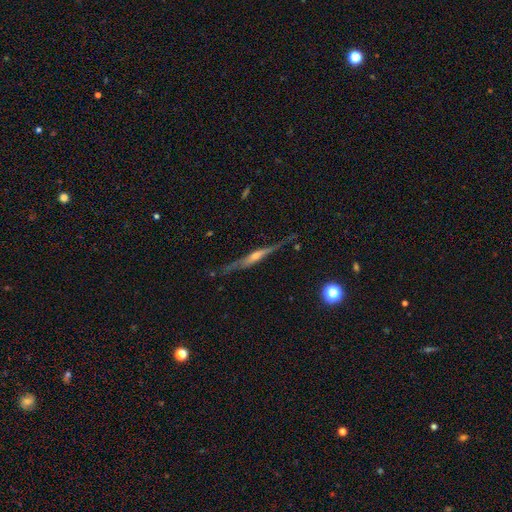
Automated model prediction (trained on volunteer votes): The model was most divided on "edge-on bulge": rounded: 75%, none: 14%, boxy: 11%. More confident: edge-on disk — yes (96%); merging — none (79%); smooth or featured — featured or disk (79%).